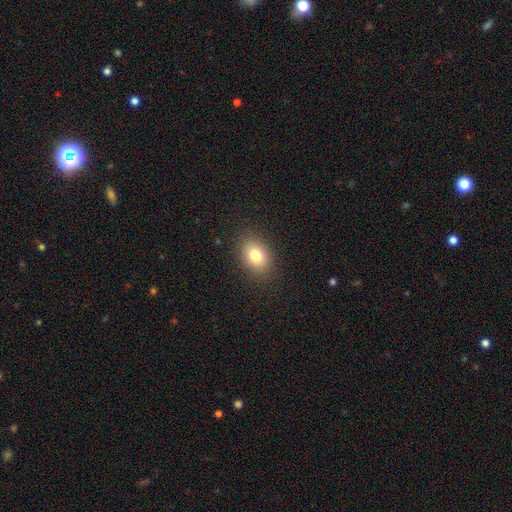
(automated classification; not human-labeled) This appears to be a smooth galaxy with no disk features (80%) that is in between round and cigar-shaped (73%). Merging: none (87%).